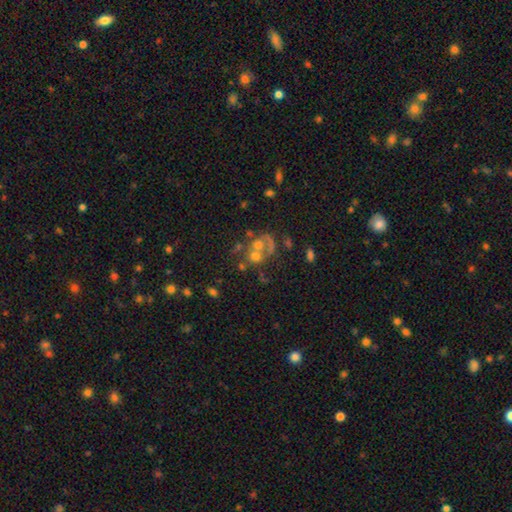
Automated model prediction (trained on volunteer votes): featured or disk 41%, smooth 33%, star or artifact 27%. Down the decision tree: merging — merger (37%, tied with none).